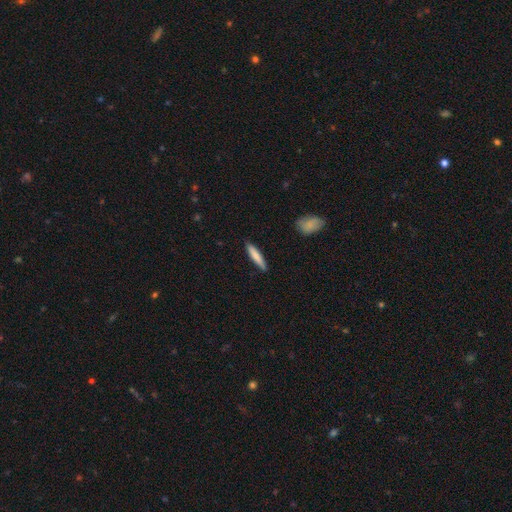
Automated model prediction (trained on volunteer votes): Q: Smooth or featured?
A: smooth (80%); runner-up: featured or disk (15%)
Q: How rounded?
A: cigar-shaped (88%); runner-up: in between (11%)
Q: Merging?
A: none (88%); runner-up: minor disturbance (9%)